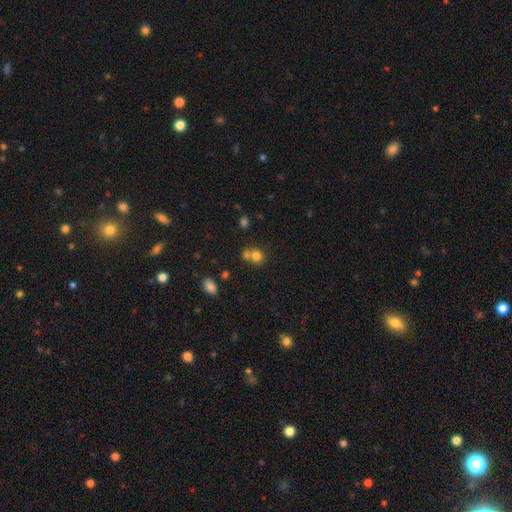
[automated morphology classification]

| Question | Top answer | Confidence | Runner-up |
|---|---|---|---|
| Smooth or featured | smooth | 76% | star or artifact (13%) |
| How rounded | round | 75% | in between (24%) |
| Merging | merger | 50% | none (40%) |